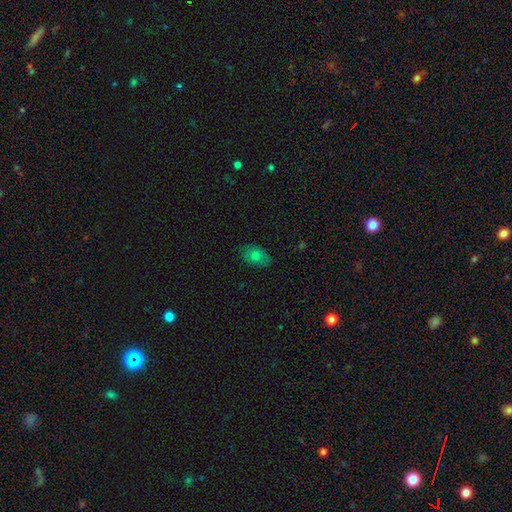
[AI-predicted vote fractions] Smooth or featured? smooth (68%)
How rounded? in between (80%)
Merging? none (82%)